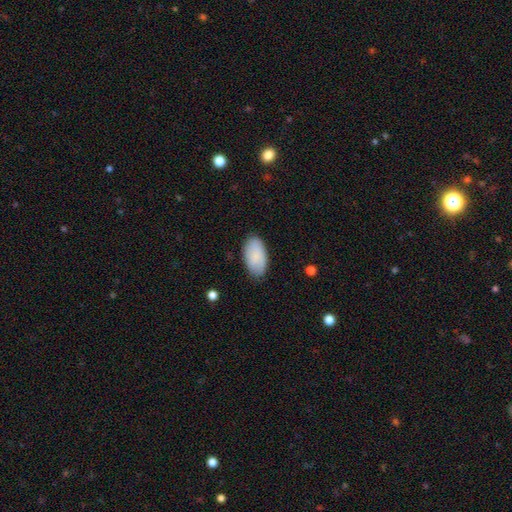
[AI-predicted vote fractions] Smooth or featured? smooth (84%)
How rounded? in between (95%)
Merging? none (83%)